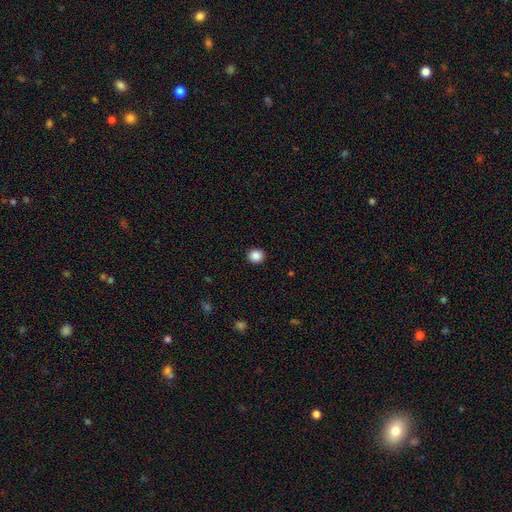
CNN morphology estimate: Smooth or featured: smooth — 87% (star or artifact — 10%)
How rounded: round — 88% (in between — 11%)
Merging: none — 93% (minor disturbance — 5%)